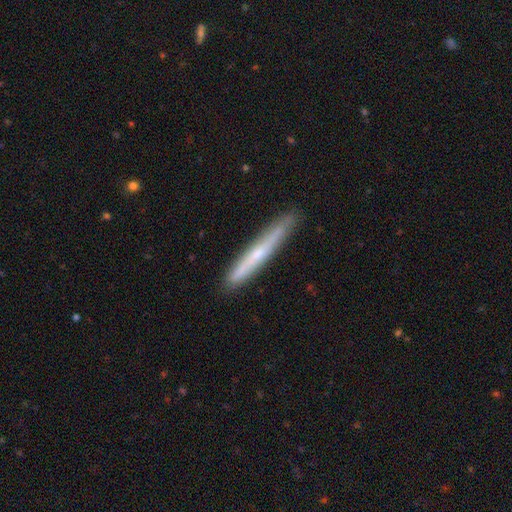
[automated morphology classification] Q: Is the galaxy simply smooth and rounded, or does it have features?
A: featured or disk — 49%.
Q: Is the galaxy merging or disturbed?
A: none — 87%.